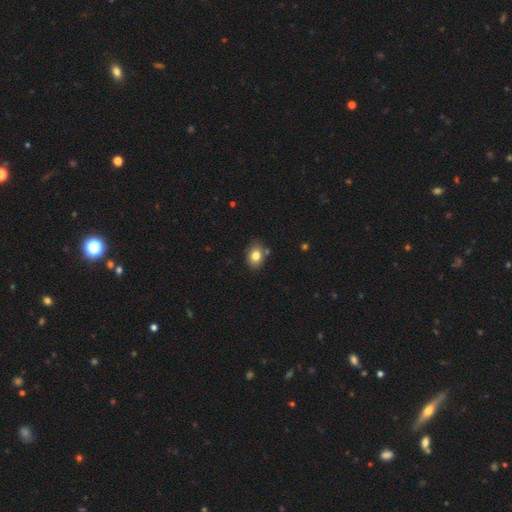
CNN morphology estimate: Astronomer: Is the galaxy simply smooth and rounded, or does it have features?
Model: smooth — 81%.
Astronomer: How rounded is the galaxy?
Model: in between — 63%.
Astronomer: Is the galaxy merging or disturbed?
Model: none — 78%.